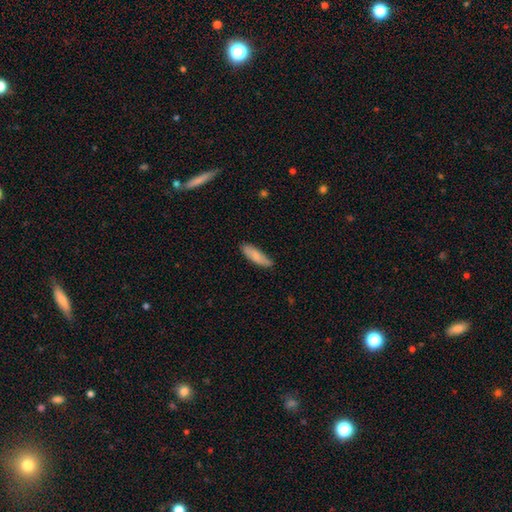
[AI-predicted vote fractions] A smooth galaxy with no disk features (82%) that is cigar-shaped (57%). Merging: none (77%).